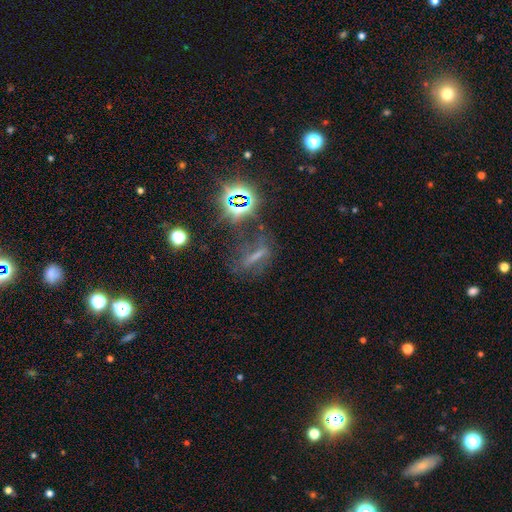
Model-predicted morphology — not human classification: smooth_or_featured: star or artifact (p=0.40) [alt: smooth p=0.33]